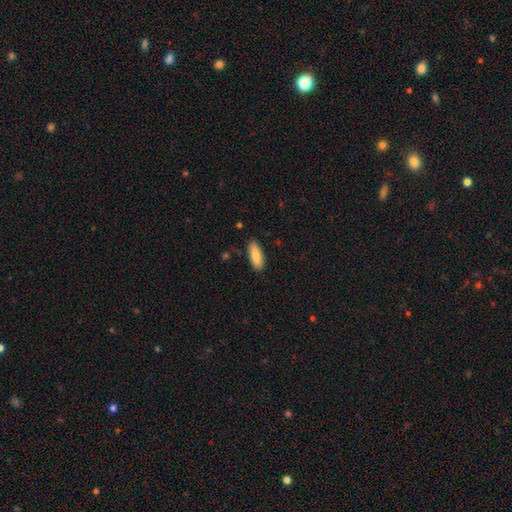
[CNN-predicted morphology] type=smooth (82%); roundness=in between (66%); merging=none (88%).